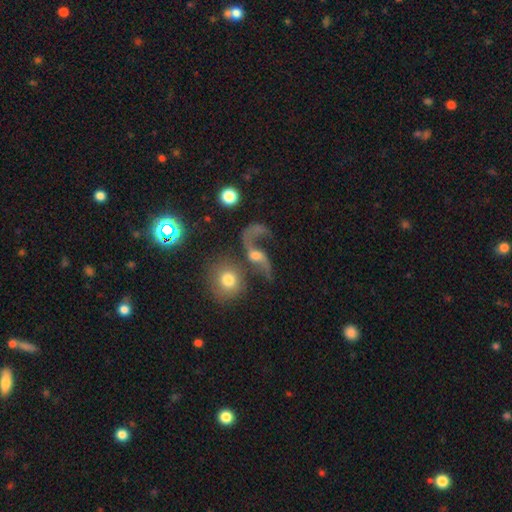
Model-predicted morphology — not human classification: Smooth or featured? Predicted: featured or disk (p=0.71). Edge-on disk? Predicted: no (p=0.96). Bar? Predicted: no (p=0.51). Spiral arms? Predicted: yes (p=0.87). Spiral winding? Predicted: loose (p=0.87). Spiral arm count? Predicted: 2 (p=0.81). Bulge size? Predicted: moderate (p=0.50). Merging? Predicted: none (p=0.31, tied with merger).